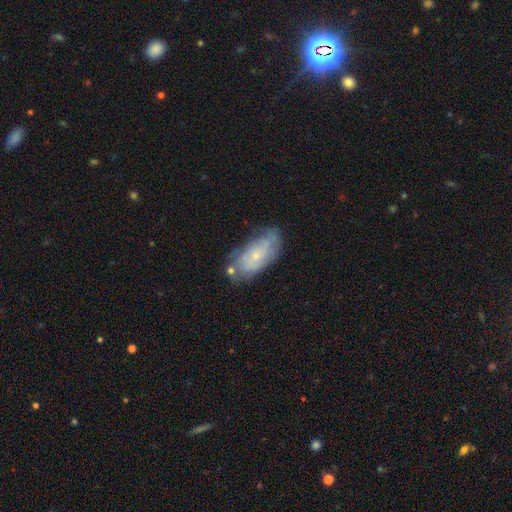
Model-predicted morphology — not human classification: Q: Smooth or featured?
A: featured or disk (58%); runner-up: smooth (35%)
Q: Edge-on disk?
A: no (92%); runner-up: yes (8%)
Q: Bar?
A: no (77%); runner-up: weak (19%)
Q: Spiral arms?
A: yes (72%); runner-up: no (28%)
Q: Bulge size?
A: small (79%); runner-up: moderate (15%)
Q: Merging?
A: none (57%); runner-up: minor disturbance (26%)